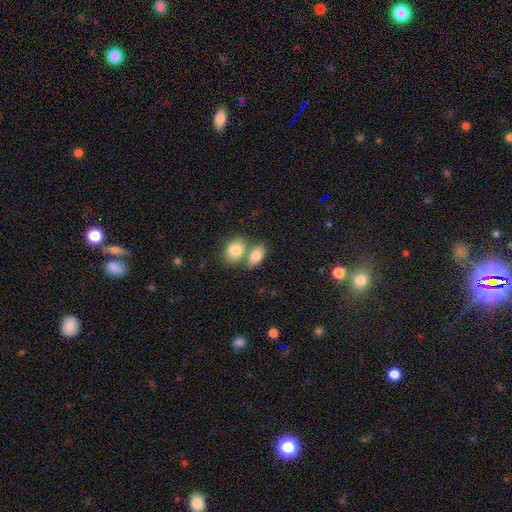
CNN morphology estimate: Smooth or featured? smooth (83%)
How rounded? in between (85%)
Merging? merger (47%)